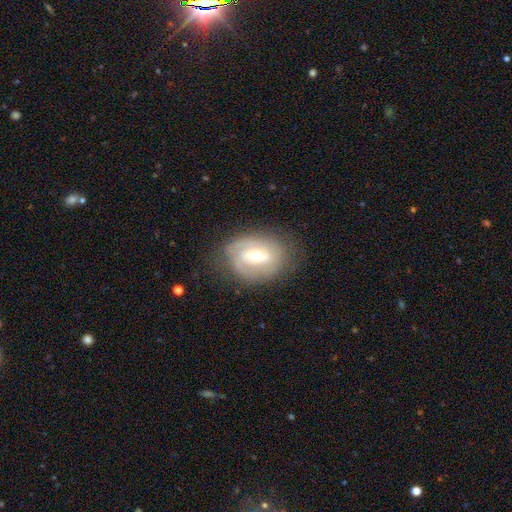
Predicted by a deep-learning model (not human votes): A featured or disk galaxy (73%) with a weak bar (47%), 2 (51%) tight (56%) spiral arms (79%) and a moderate central bulge (66%).

Vote fractions:
- Smooth or featured? featured or disk: 73% / smooth: 20% / star or artifact: 7%
- Edge-on disk? no: 95% / yes: 5%
- Bar? weak: 47% / no: 27% / strong: 26%
- Spiral arms? yes: 79% / no: 21%
- Spiral winding? tight: 56% / medium: 32% / loose: 12%
- Spiral arm count? 2: 51% / can't tell: 27% / 1: 9% / 3: 8% / 4: 2% / more than 4: 2%
- Bulge size? moderate: 66% / small: 28% / large: 4% / dominant: 1% / none: 1%
- Merging? none: 73% / minor disturbance: 18% / major disturbance: 7% / merger: 1%